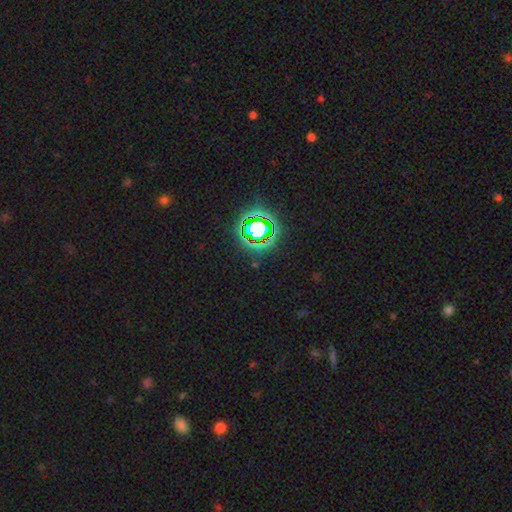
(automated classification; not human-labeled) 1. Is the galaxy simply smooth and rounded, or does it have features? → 77% star or artifact, 15% smooth, 8% featured or disk.